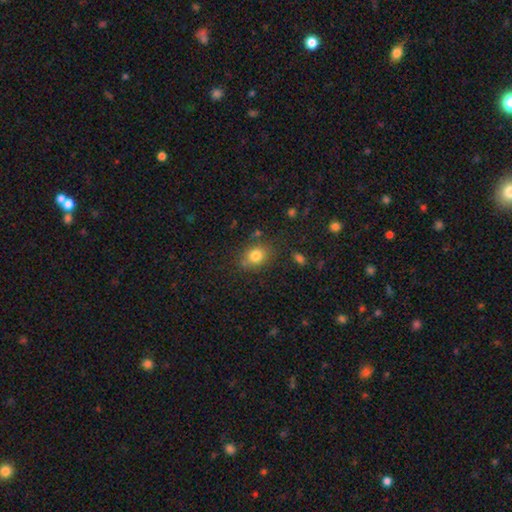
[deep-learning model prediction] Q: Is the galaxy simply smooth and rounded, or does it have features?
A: smooth — 80%.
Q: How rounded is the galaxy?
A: round — 57%.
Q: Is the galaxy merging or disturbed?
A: none — 77%.